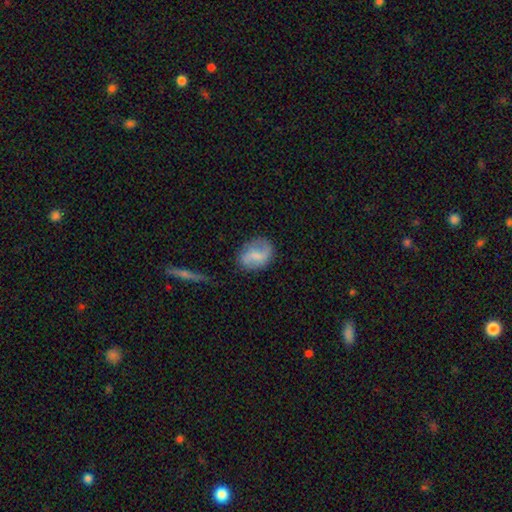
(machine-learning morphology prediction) Overall: featured or disk (51%; smooth 41%). Edge-on disk: no (97%). Merging: none (73%).